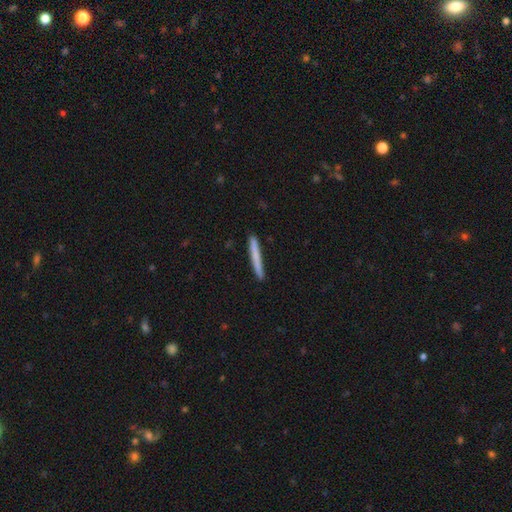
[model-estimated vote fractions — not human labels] A smooth galaxy with no disk features (73%) that is cigar-shaped (97%).

Vote fractions:
- Smooth or featured? smooth: 73% / featured or disk: 21% / star or artifact: 5%
- How rounded? cigar-shaped: 97% / in between: 2% / round: 1%
- Merging? none: 92% / minor disturbance: 6% / major disturbance: 1% / merger: 1%